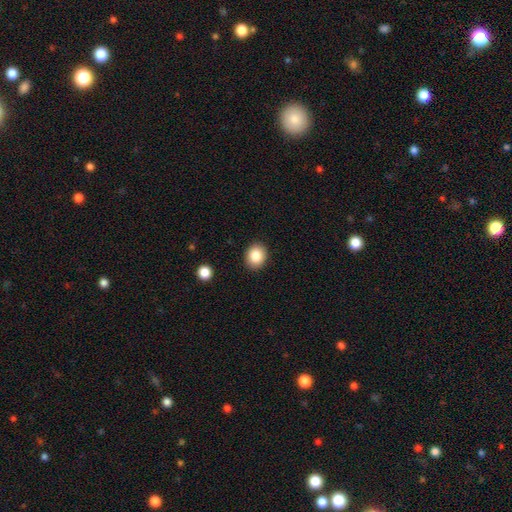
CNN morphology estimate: This appears to be a smooth galaxy with no disk features (85%) that is round (60%). Merging: none (90%).